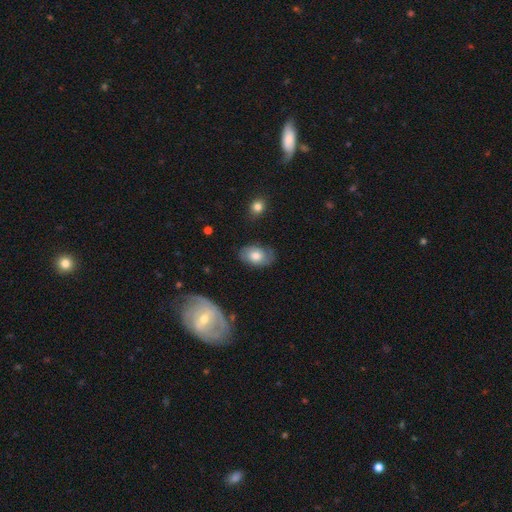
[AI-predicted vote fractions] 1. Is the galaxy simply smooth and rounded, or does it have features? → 60% smooth, 33% featured or disk, 8% star or artifact.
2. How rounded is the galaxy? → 86% in between, 12% round, 1% cigar-shaped.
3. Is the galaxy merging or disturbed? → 72% none, 20% minor disturbance, 6% major disturbance, 2% merger.